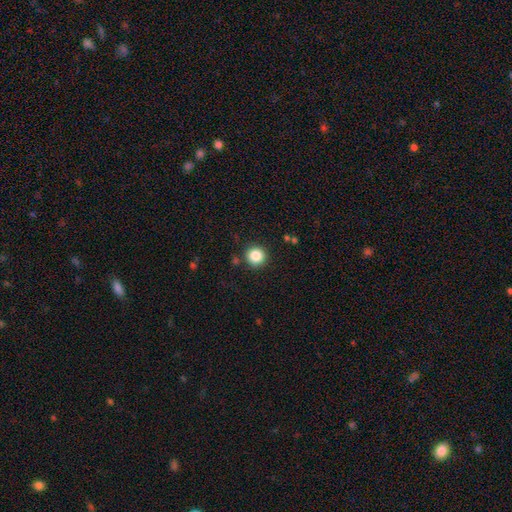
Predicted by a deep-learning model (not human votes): A smooth galaxy with no disk features (85%) that is round (95%).

Vote fractions:
- Smooth or featured? smooth: 85% / star or artifact: 10% / featured or disk: 4%
- How rounded? round: 95% / in between: 4% / cigar-shaped: 1%
- Merging? none: 89% / minor disturbance: 6% / major disturbance: 2% / merger: 2%